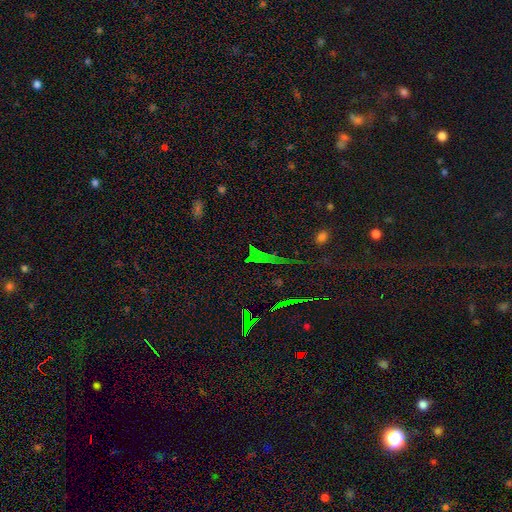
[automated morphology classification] Smooth or featured? star or artifact (74%)